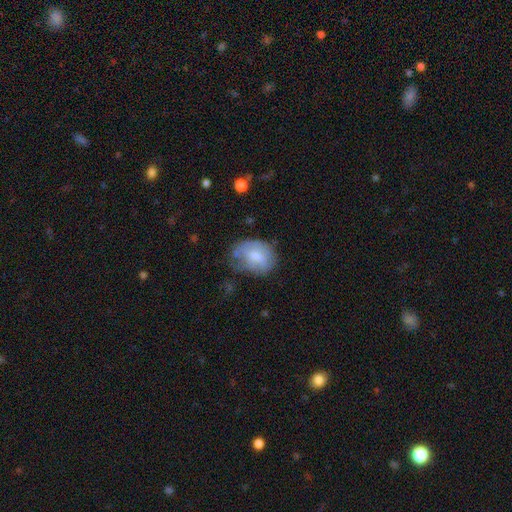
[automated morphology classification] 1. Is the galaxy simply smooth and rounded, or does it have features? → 66% smooth, 26% featured or disk, 7% star or artifact.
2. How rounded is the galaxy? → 63% in between, 36% round, 1% cigar-shaped.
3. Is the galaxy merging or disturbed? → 44% none, 34% minor disturbance, 17% major disturbance, 4% merger.